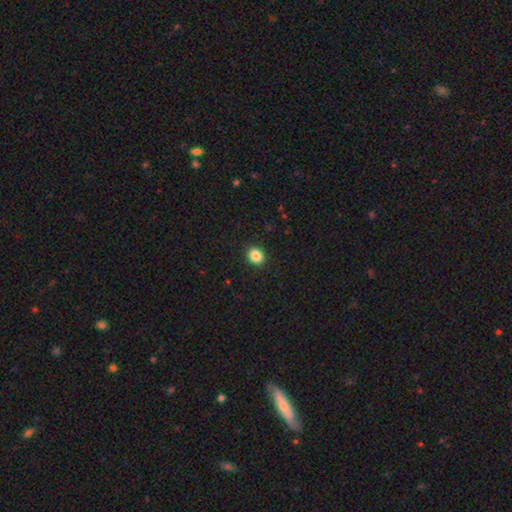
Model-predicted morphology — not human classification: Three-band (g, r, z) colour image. It shows a smooth galaxy with no disk features (86%) that is round (59%). Merging: none (91%).